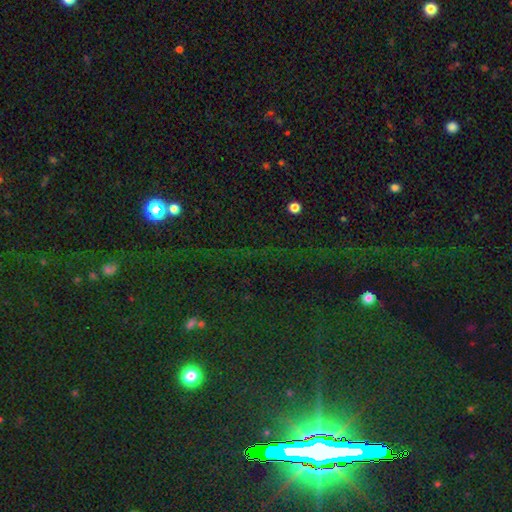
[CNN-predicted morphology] Smooth or featured?
  - star or artifact: 79% *
  - smooth: 11%
  - featured or disk: 10%